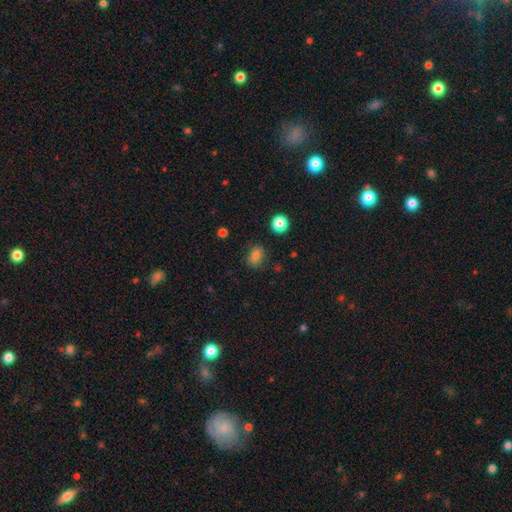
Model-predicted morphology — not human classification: type=smooth (81%); roundness=in between (69%); merging=none (81%).